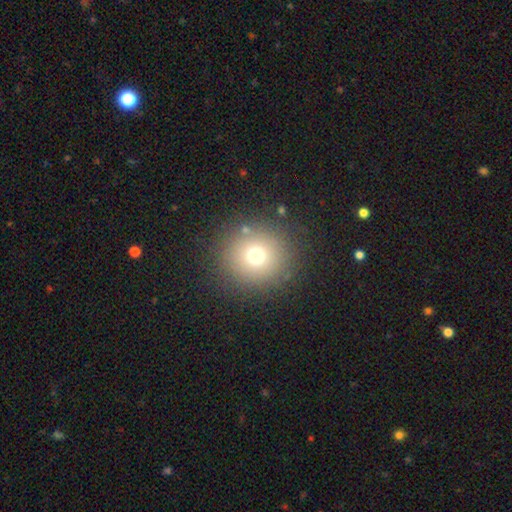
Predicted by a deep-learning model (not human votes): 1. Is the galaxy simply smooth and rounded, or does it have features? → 70% smooth, 19% star or artifact, 11% featured or disk.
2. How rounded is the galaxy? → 93% round, 6% in between, 1% cigar-shaped.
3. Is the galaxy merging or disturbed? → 86% none, 7% minor disturbance, 4% major disturbance, 2% merger.